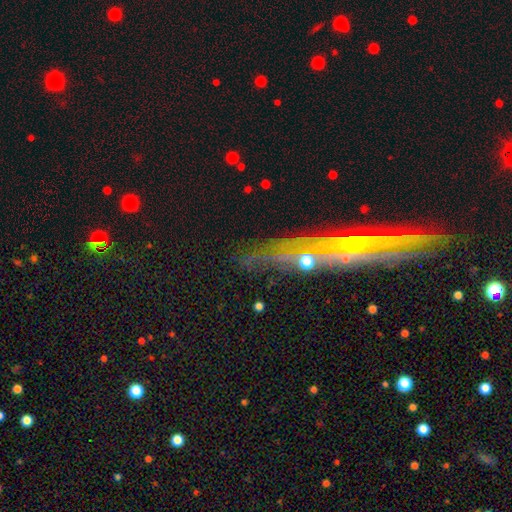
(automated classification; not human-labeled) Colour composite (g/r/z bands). It shows a featured or disk galaxy (56%) viewed edge-on (55%). Merging: none (74%).